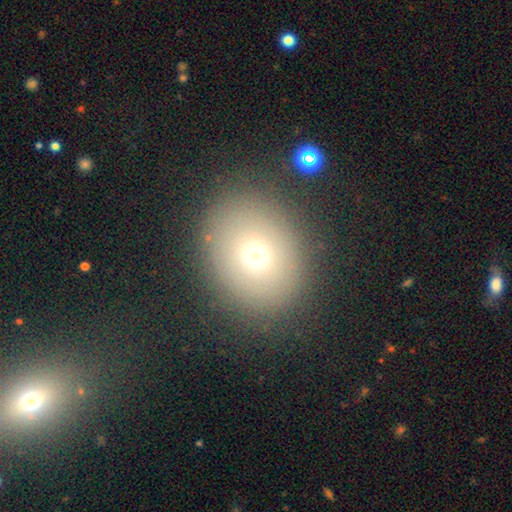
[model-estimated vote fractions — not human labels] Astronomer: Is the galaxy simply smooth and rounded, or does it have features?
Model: smooth — 71%.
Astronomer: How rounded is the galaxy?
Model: round — 61% (runner-up: in between, 38%).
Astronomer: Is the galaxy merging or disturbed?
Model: none — 86%.